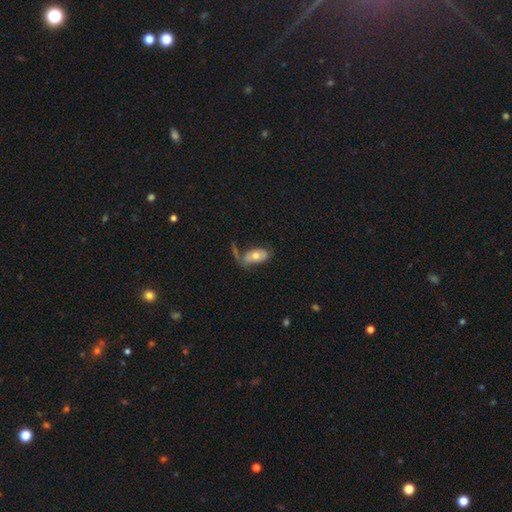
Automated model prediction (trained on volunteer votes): Smooth or featured?
  - smooth: 62% *
  - featured or disk: 32%
  - star or artifact: 7%
How rounded?
  - in between: 91% *
  - cigar-shaped: 5%
  - round: 4%
Merging?
  - none: 39% *
  - minor disturbance: 24%
  - major disturbance: 21%
  - merger: 16%